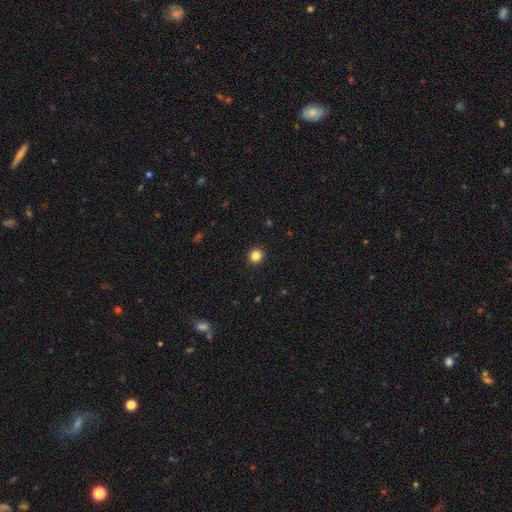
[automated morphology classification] Smooth or featured? smooth (84%)
How rounded? round (92%)
Merging? none (93%)